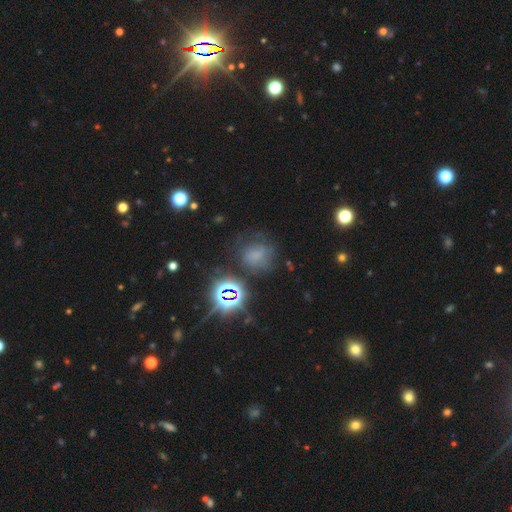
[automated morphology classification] Smooth or featured?
  - smooth: 50% *
  - star or artifact: 32%
  - featured or disk: 17%
How rounded?
  - round: 71% *
  - in between: 28%
  - cigar-shaped: 1%
Merging?
  - none: 55% *
  - minor disturbance: 23%
  - major disturbance: 18%
  - merger: 5%